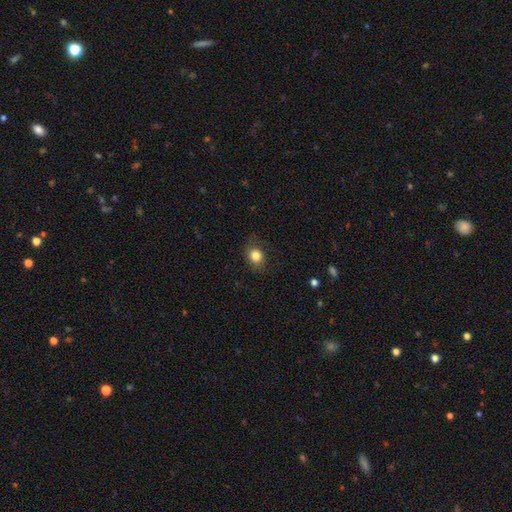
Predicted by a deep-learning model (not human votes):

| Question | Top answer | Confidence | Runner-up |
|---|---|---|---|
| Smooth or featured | smooth | 82% | star or artifact (10%) |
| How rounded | round | 61% | in between (38%) |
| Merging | none | 74% | minor disturbance (18%) |